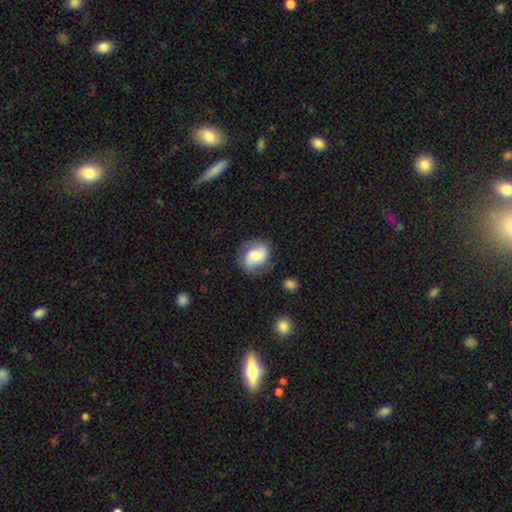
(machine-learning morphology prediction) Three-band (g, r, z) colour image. It shows a smooth galaxy with no disk features (49%). Merging: none (73%).